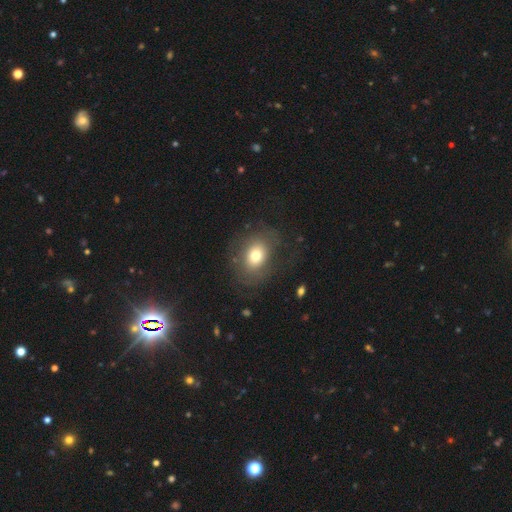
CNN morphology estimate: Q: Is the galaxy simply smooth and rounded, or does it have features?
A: smooth — 66%.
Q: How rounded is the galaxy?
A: in between — 57%.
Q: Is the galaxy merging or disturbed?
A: none — 67%.